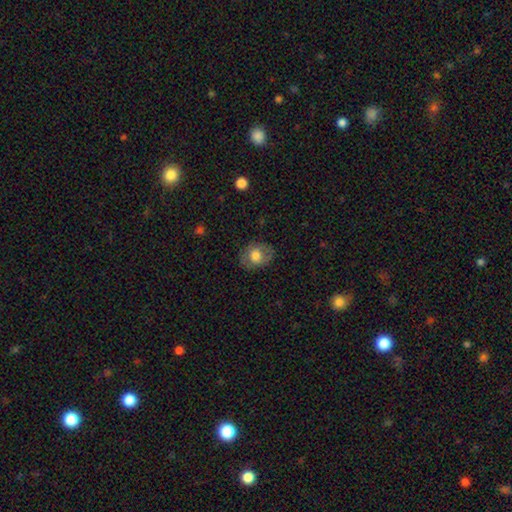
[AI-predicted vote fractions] The model was most divided on "how rounded": in between: 50%, round: 49%, cigar-shaped: 1%. More confident: merging — none (77%); smooth or featured — smooth (70%).